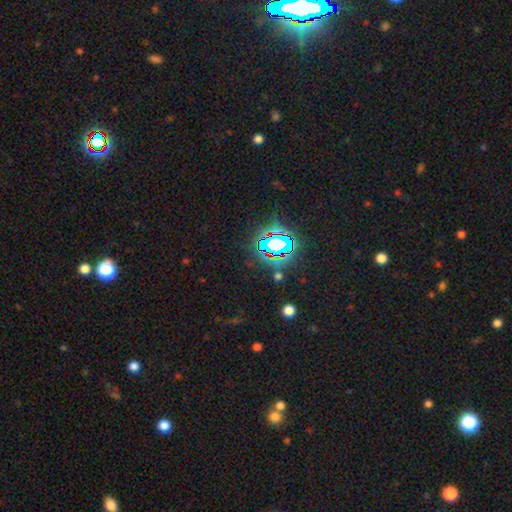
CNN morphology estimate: This is clearly a star or artifact rather than a galaxy (82%).